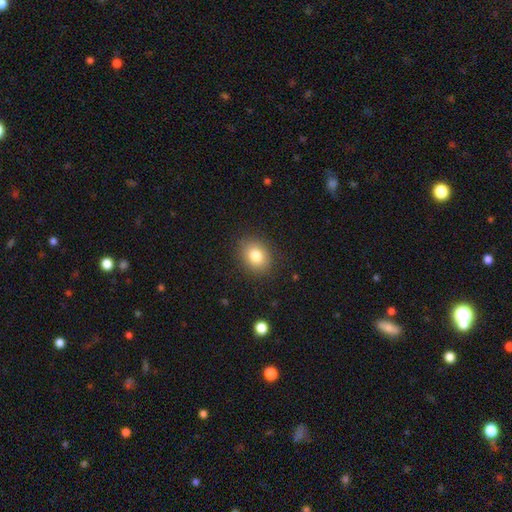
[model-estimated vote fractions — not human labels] smooth 82%, star or artifact 10%, featured or disk 8%. Down the decision tree: how rounded — round (50%); merging — none (87%).